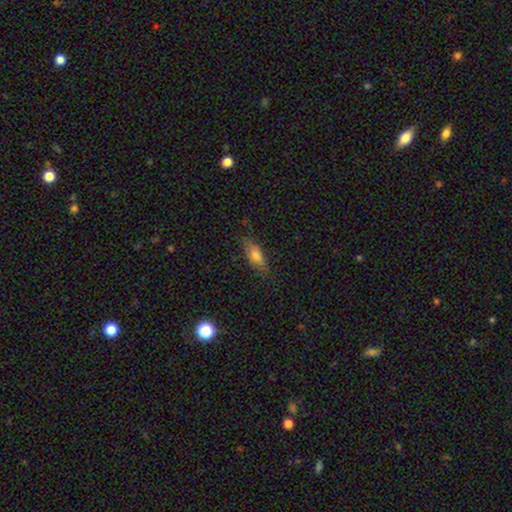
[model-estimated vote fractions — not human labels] Q: Smooth or featured?
A: smooth (70%); runner-up: featured or disk (20%)
Q: How rounded?
A: in between (69%); runner-up: cigar-shaped (28%)
Q: Merging?
A: none (75%); runner-up: minor disturbance (18%)